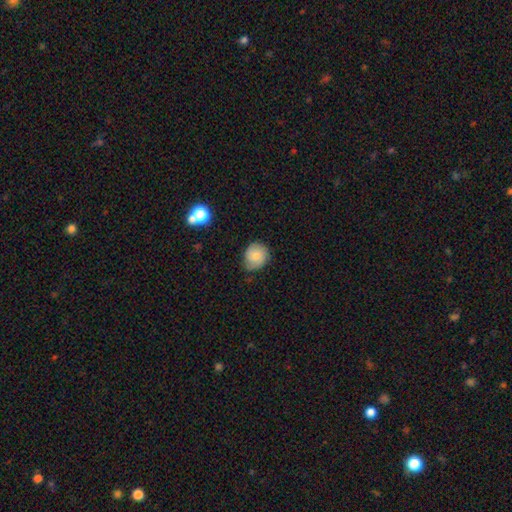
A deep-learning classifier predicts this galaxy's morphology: The model was most divided on "how rounded": round: 70%, in between: 29%, cigar-shaped: 1%. More confident: smooth or featured — smooth (76%); merging — none (70%).